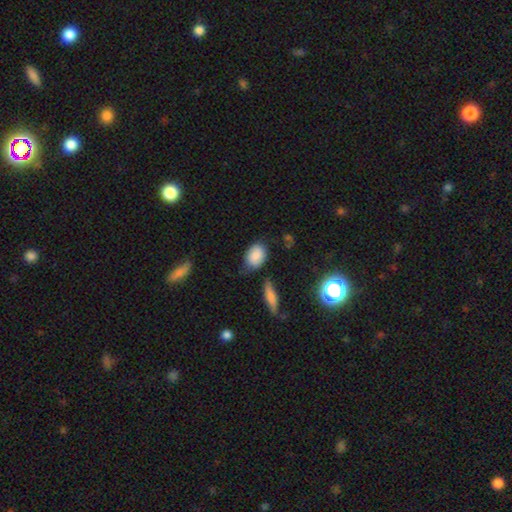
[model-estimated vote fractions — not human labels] smooth 84%, star or artifact 8%, featured or disk 7%. Down the decision tree: how rounded — in between (78%); merging — none (65%).